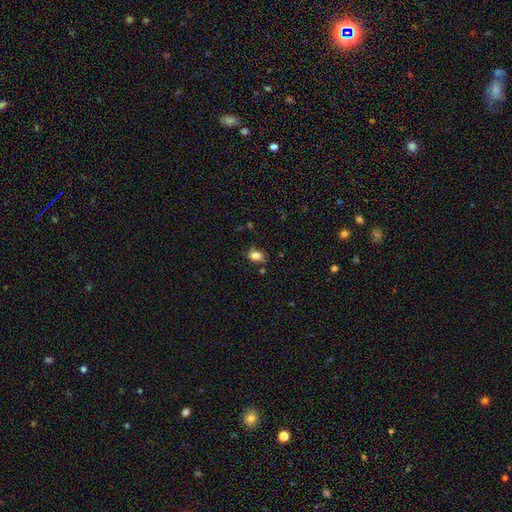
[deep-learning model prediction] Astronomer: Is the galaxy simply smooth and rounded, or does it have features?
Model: smooth — 79%.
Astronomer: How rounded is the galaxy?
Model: in between — 73%.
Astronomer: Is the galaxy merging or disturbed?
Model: none — 68%.